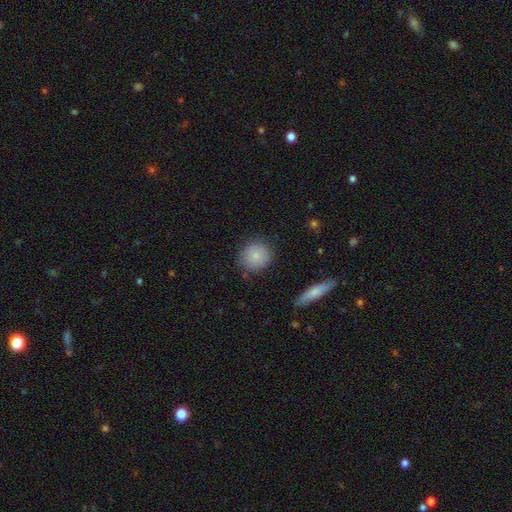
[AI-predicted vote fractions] Smooth or featured? Predicted: smooth (p=0.83). How rounded? Predicted: round (p=0.89). Merging? Predicted: none (p=0.84).